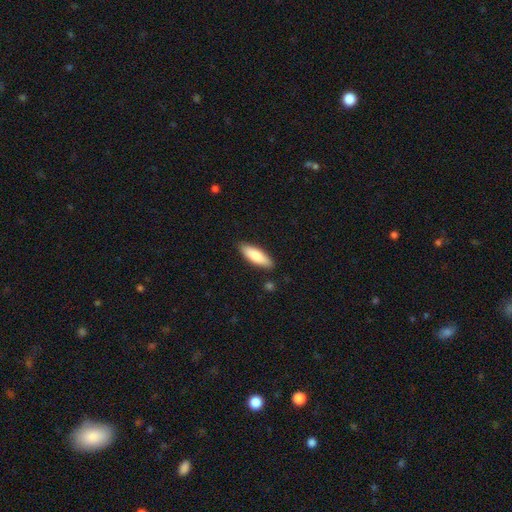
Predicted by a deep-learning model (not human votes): Smooth or featured? smooth (81%)
How rounded? in between (54%)
Merging? none (87%)